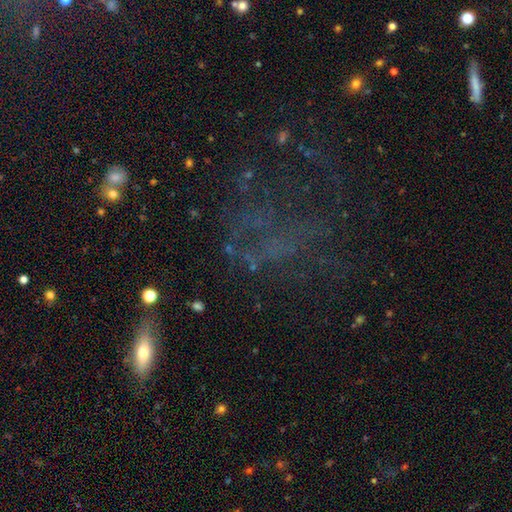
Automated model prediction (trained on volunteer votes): A featured or disk galaxy (41%).

Vote fractions:
- Smooth or featured? featured or disk: 41% / star or artifact: 33% / smooth: 26%
- Merging? none: 48% / major disturbance: 33% / minor disturbance: 14% / merger: 5%